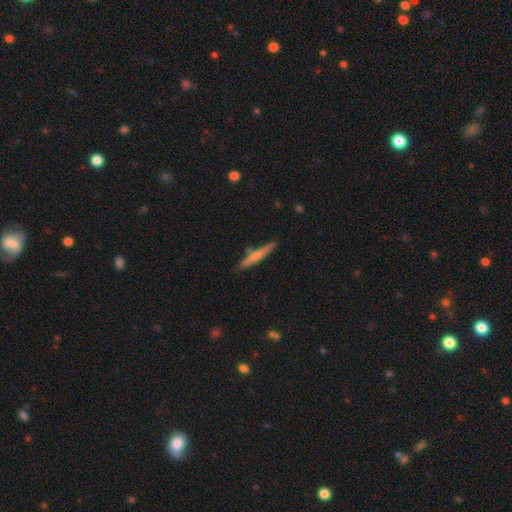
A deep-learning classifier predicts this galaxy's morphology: Smooth or featured? Predicted: smooth (p=0.59). How rounded? Predicted: cigar-shaped (p=0.94). Merging? Predicted: none (p=0.82).